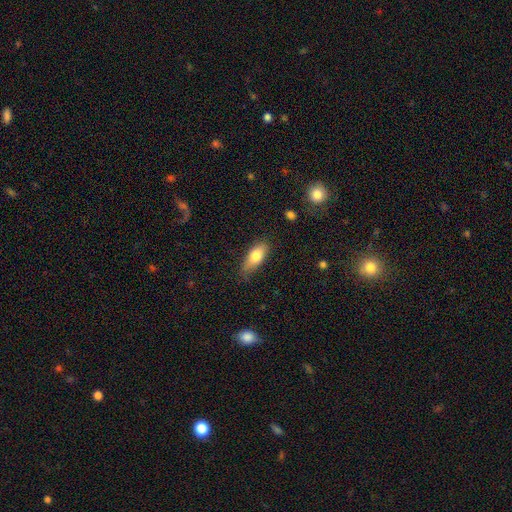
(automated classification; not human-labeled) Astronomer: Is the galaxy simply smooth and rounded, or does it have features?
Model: smooth — 76%.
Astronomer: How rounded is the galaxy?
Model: in between — 78%.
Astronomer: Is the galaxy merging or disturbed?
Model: none — 67%.